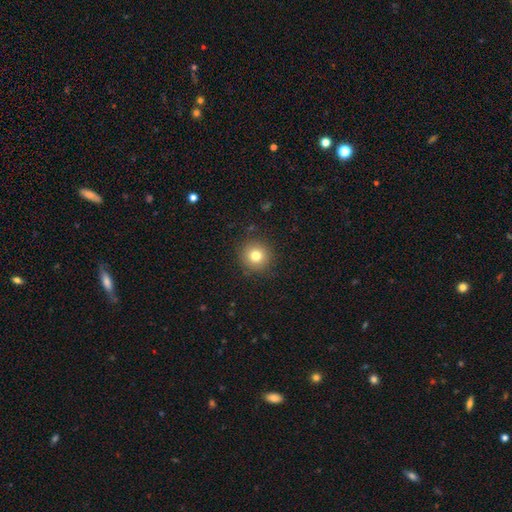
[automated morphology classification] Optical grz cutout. It shows a smooth galaxy with no disk features (78%) that is round (94%). Merging: none (90%).